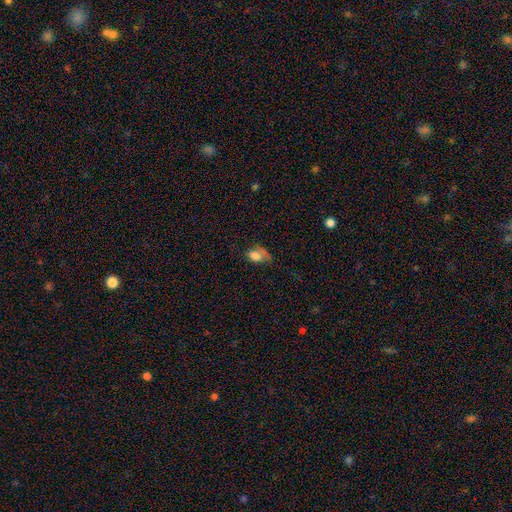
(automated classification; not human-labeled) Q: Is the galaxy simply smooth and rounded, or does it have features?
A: smooth — 74%.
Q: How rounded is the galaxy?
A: in between — 86%.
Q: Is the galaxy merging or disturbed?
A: none — 34%.